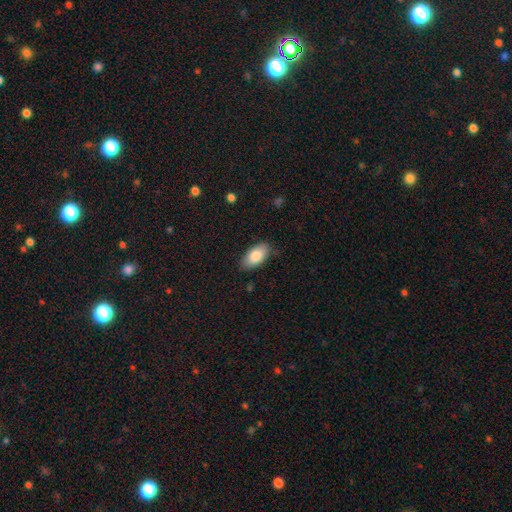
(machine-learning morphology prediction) The model was most divided on "merging": none: 82%, minor disturbance: 14%, major disturbance: 3%, merger: 1%. More confident: how rounded — in between (93%); smooth or featured — smooth (85%).